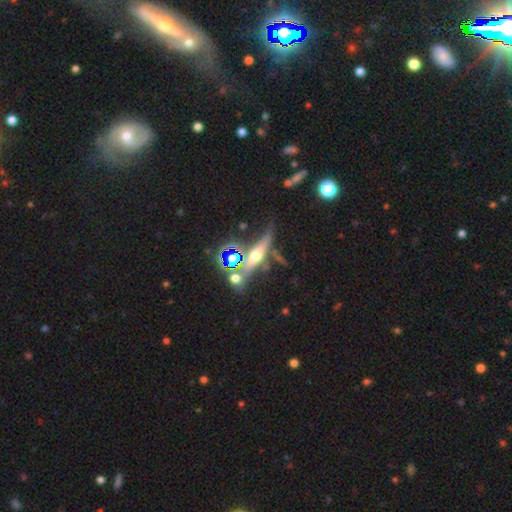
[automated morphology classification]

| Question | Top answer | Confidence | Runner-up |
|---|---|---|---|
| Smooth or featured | featured or disk | 56% | smooth (24%) |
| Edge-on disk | yes | 84% | no (16%) |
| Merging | none | 66% | minor disturbance (15%) |